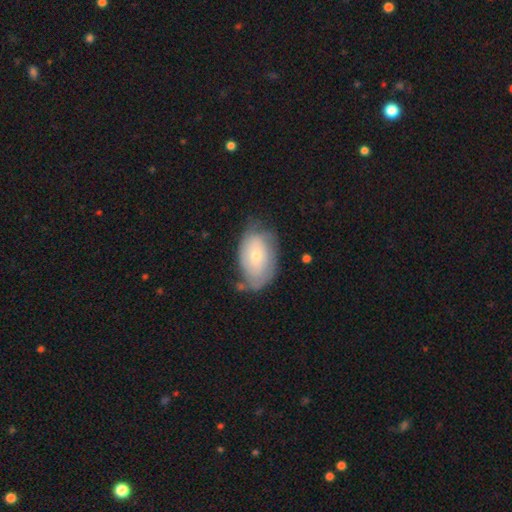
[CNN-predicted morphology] Overall: smooth (47%; featured or disk 46%). Merging: none (54%; minor disturbance 31%).